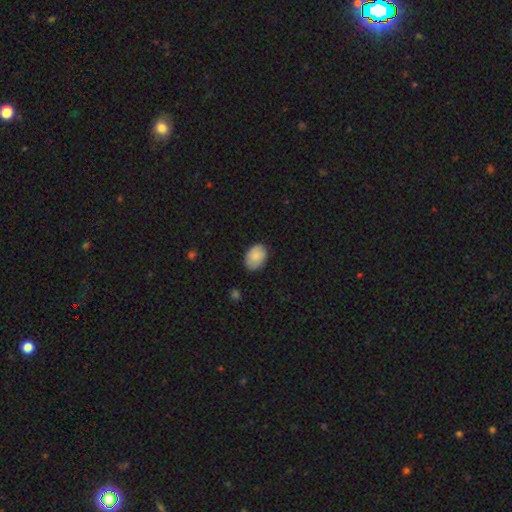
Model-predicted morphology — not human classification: type=smooth (80%); roundness=in between (80%); merging=none (80%).